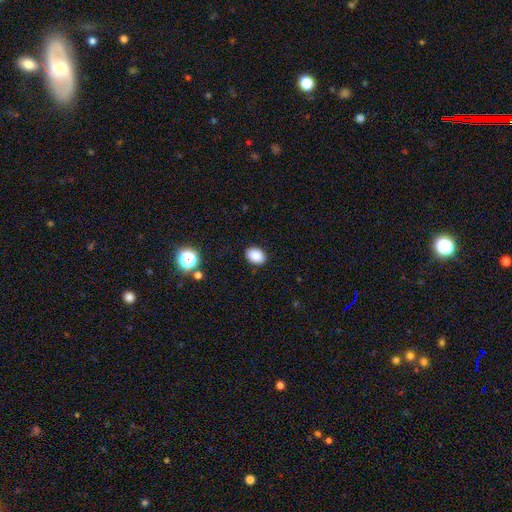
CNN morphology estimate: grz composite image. It shows a smooth galaxy with no disk features (87%) that is in between round and cigar-shaped (78%). Merging: none (88%).